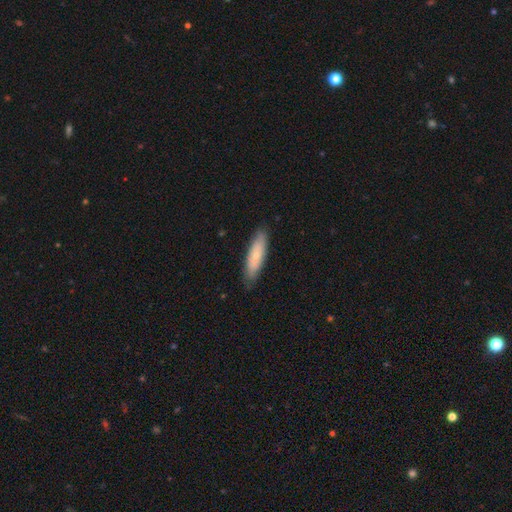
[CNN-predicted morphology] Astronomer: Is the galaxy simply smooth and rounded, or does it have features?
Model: smooth — 73%.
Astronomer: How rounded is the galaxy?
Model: cigar-shaped — 68%.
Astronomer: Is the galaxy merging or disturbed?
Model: none — 84%.